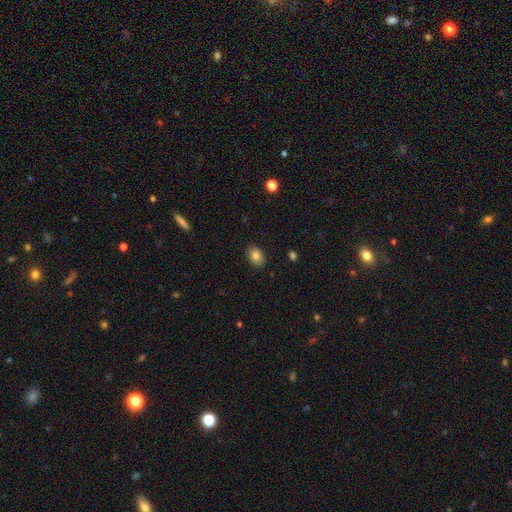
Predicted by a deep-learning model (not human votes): smooth-or-featured: smooth: 82% | featured or disk: 9% | star or artifact: 9%
  how-rounded: in between: 72% | round: 27% | cigar-shaped: 1%
  merging: none: 88% | minor disturbance: 9% | major disturbance: 2% | merger: 1%